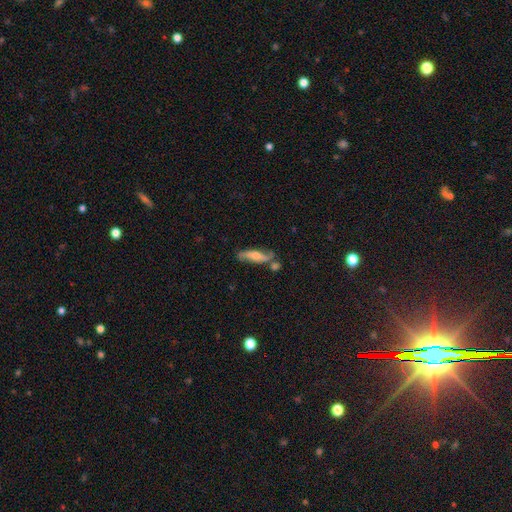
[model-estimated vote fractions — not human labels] Smooth or featured: featured or disk — 61% (smooth — 32%)
Edge-on disk: no — 61% (yes — 39%)
Merging: none — 61% (minor disturbance — 19%)